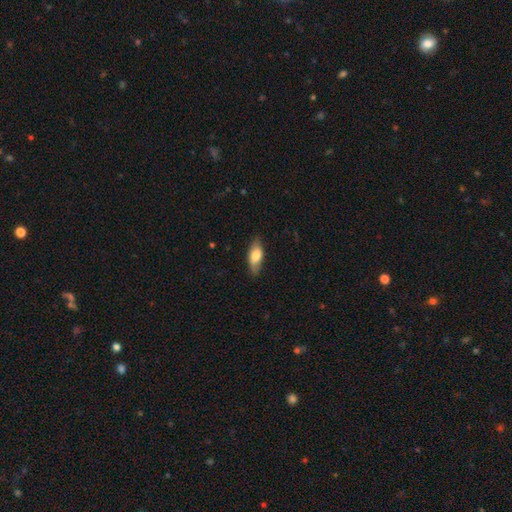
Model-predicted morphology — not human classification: Smooth or featured? smooth (74%)
How rounded? in between (79%)
Merging? none (81%)